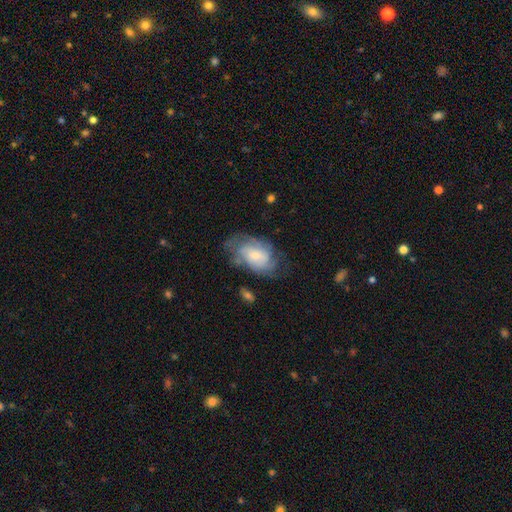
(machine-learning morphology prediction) smooth-or-featured: featured or disk: 64% | smooth: 28% | star or artifact: 7%
  disk-edge-on: no: 96% | yes: 4%
    bar: no: 69% | weak: 27% | strong: 4%
    has-spiral-arms: yes: 83% | no: 17%
      spiral-winding: tight: 46% | medium: 38% | loose: 16%
      spiral-arm-count: can't tell: 48% | 2: 15% | 3: 14% | 4: 14% | more than 4: 5% | 1: 4%
    bulge-size: small: 54% | moderate: 33% | large: 7% | none: 5% | dominant: 2%
  merging: none: 54% | minor disturbance: 25% | major disturbance: 18% | merger: 3%